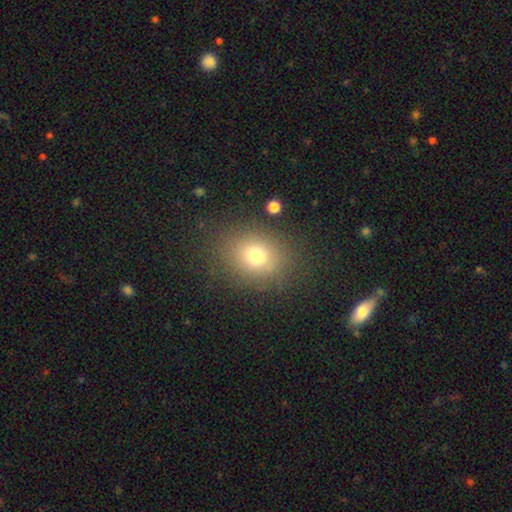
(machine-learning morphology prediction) Smooth or featured: smooth — 75% (star or artifact — 14%)
How rounded: round — 57% (in between — 42%)
Merging: none — 83% (minor disturbance — 11%)